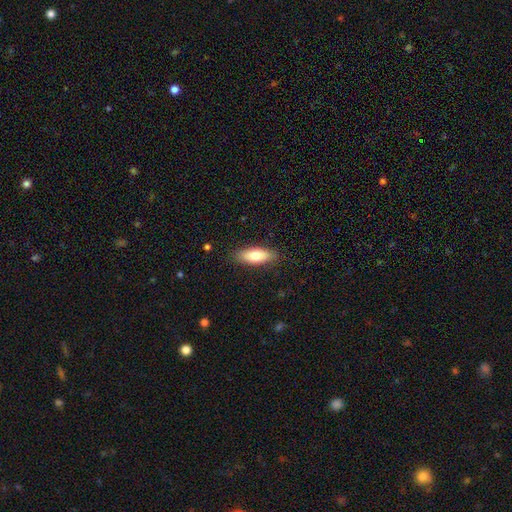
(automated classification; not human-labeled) Q: Smooth or featured?
A: smooth (74%); runner-up: featured or disk (20%)
Q: How rounded?
A: in between (69%); runner-up: cigar-shaped (28%)
Q: Merging?
A: none (86%); runner-up: minor disturbance (10%)